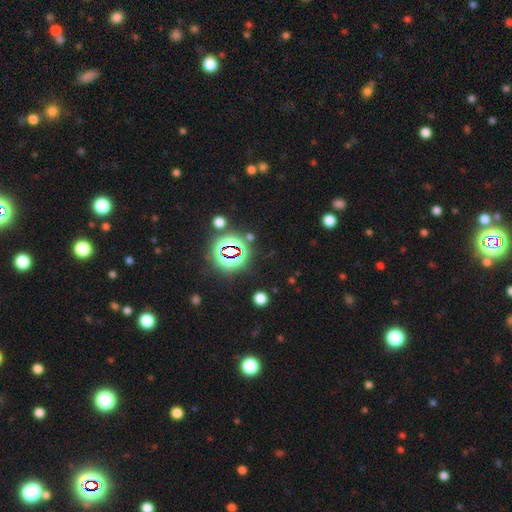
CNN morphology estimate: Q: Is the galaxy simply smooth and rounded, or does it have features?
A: star or artifact — 79%.